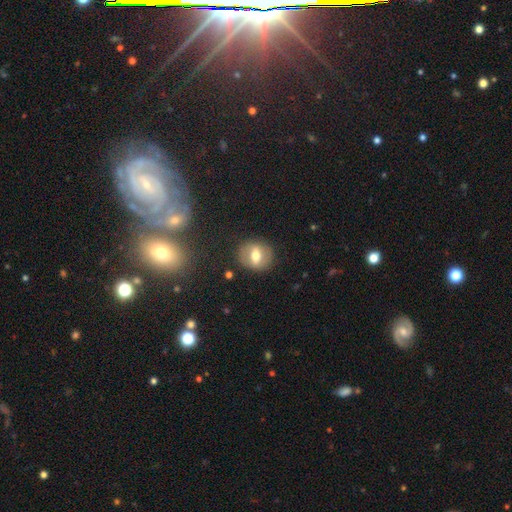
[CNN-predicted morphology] Q: Smooth or featured?
A: smooth (54%); runner-up: featured or disk (37%)
Q: How rounded?
A: round (66%); runner-up: in between (32%)
Q: Merging?
A: none (85%); runner-up: minor disturbance (10%)